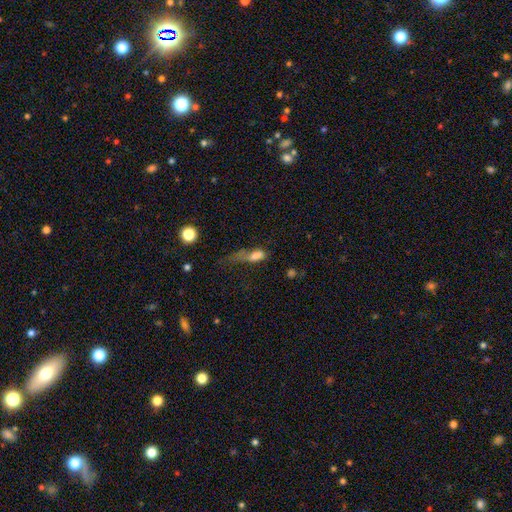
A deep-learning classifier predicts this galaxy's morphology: Smooth or featured? Predicted: smooth (p=0.67). How rounded? Predicted: in between (p=0.60). Merging? Predicted: major disturbance (p=0.53).